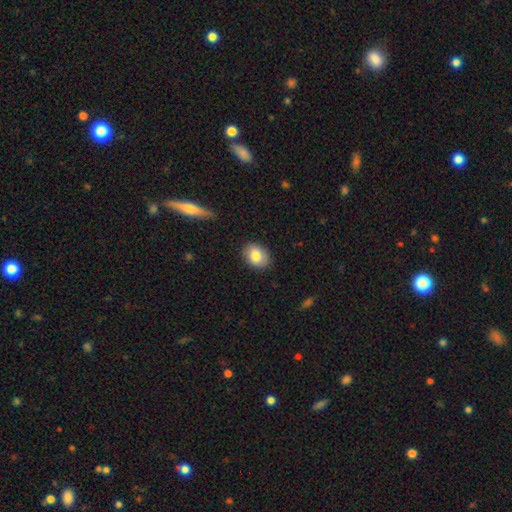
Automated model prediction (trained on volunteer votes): A smooth galaxy with no disk features (83%) that is in between round and cigar-shaped (70%). Merging: none (86%).